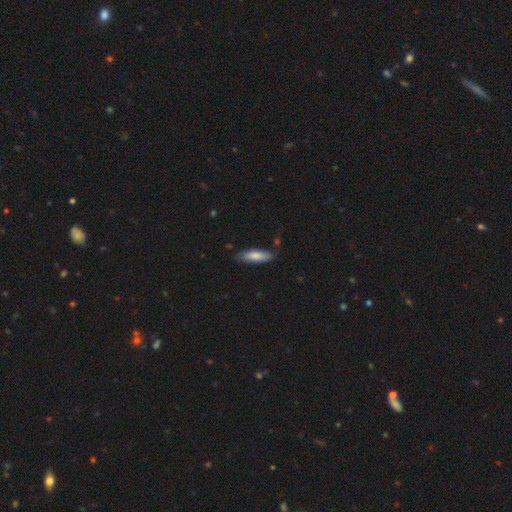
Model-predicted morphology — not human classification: Q: Smooth or featured?
A: smooth (81%); runner-up: featured or disk (13%)
Q: How rounded?
A: cigar-shaped (56%); runner-up: in between (42%)
Q: Merging?
A: none (80%); runner-up: minor disturbance (15%)